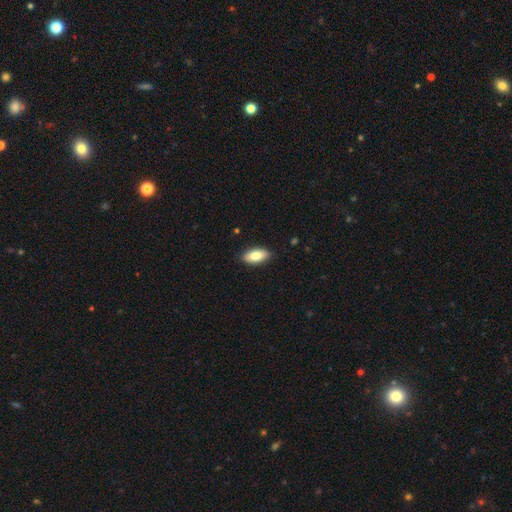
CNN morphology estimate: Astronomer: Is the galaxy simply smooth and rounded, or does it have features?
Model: smooth — 81%.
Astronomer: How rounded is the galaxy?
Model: in between — 90%.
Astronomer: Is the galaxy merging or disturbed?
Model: none — 87%.